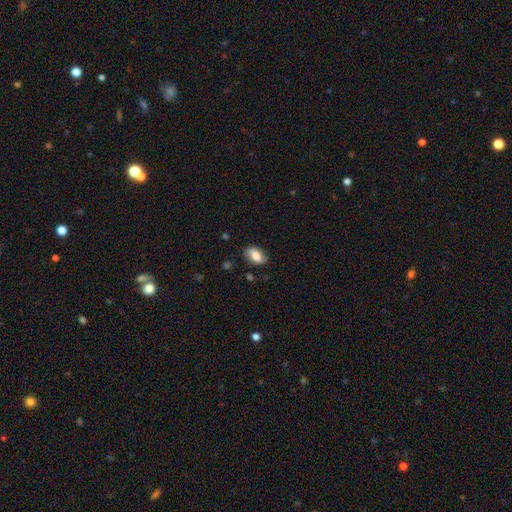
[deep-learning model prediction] This is possibly a smooth galaxy (60%). How rounded: clearly in between (89%). Merging: likely none (76%).